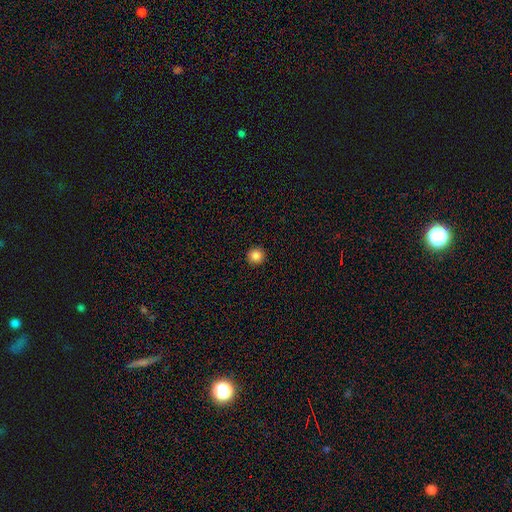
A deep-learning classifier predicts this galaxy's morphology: A smooth galaxy with no disk features (86%) that is round (95%). Merging: none (94%).